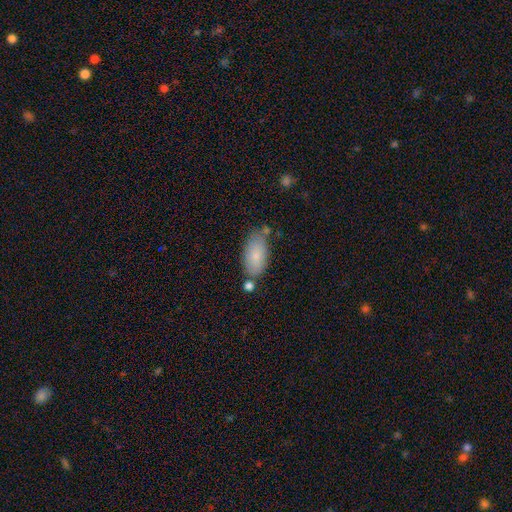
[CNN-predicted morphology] Overall: smooth (81%). How rounded: in between (93%). Merging: none (65%).